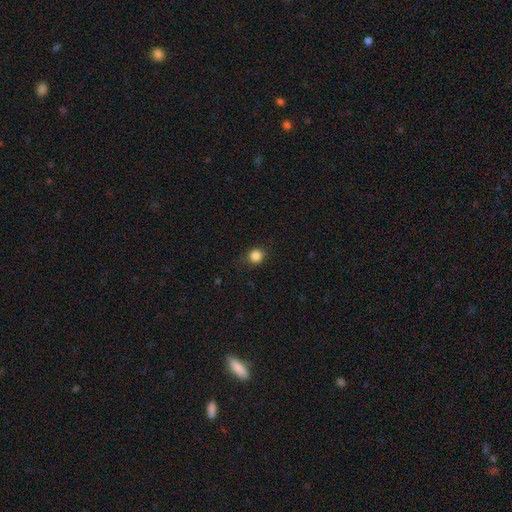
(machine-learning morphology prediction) A smooth galaxy with no disk features (85%) that is round (90%).

Vote fractions:
- Smooth or featured? smooth: 85% / star or artifact: 12% / featured or disk: 3%
- How rounded? round: 90% / in between: 10% / cigar-shaped: 1%
- Merging? none: 85% / minor disturbance: 11% / major disturbance: 3% / merger: 1%